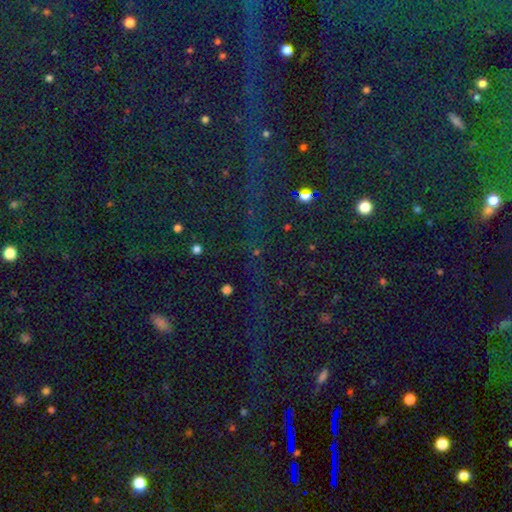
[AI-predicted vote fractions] This appears to be a star or artifact, not a galaxy (84%).